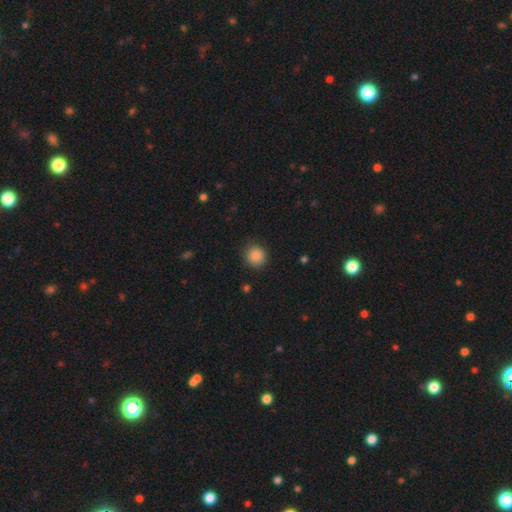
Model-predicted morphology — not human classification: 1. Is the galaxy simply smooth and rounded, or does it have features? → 87% smooth, 10% star or artifact, 4% featured or disk.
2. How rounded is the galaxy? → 89% round, 10% in between, 1% cigar-shaped.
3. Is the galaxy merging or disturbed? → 87% none, 9% minor disturbance, 3% major disturbance, 1% merger.